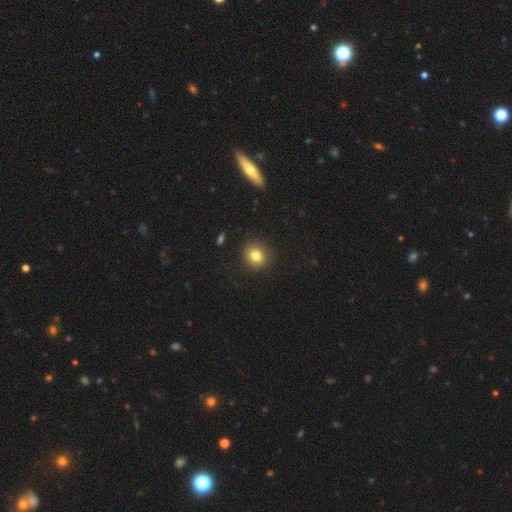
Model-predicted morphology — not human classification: A smooth galaxy with no disk features (81%) that is round (85%). Merging: none (89%).